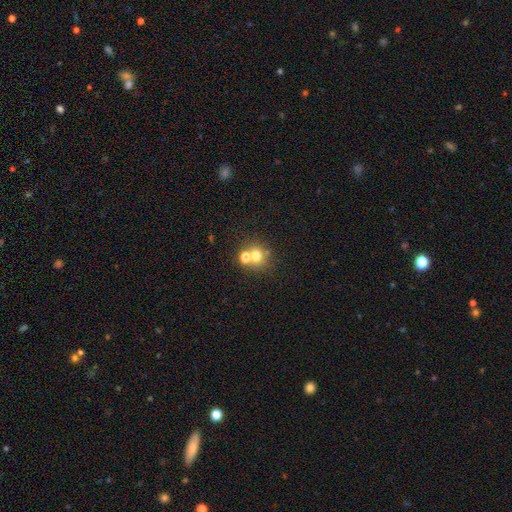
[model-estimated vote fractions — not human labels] This appears to be a smooth galaxy with no disk features (67%) that is round (82%). Merging: none (52%).